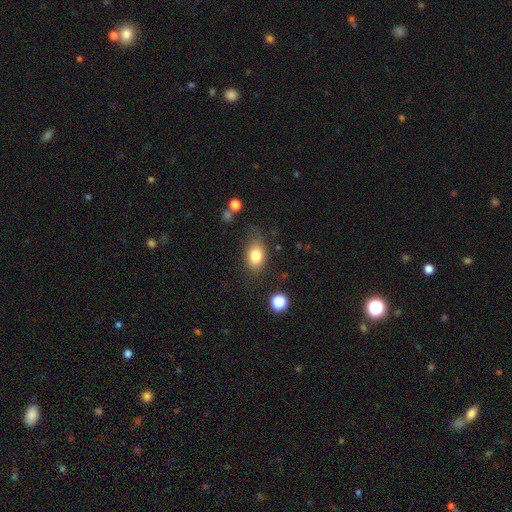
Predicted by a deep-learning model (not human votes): The model was most divided on "merging": none: 73%, minor disturbance: 19%, major disturbance: 6%, merger: 3%. More confident: smooth or featured — smooth (80%); how rounded — in between (80%).